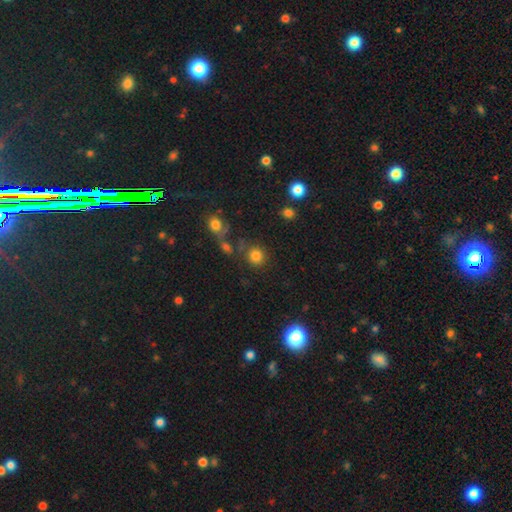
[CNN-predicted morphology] This appears to be a smooth galaxy with no disk features (81%) that is round (85%). Merging: none (73%).